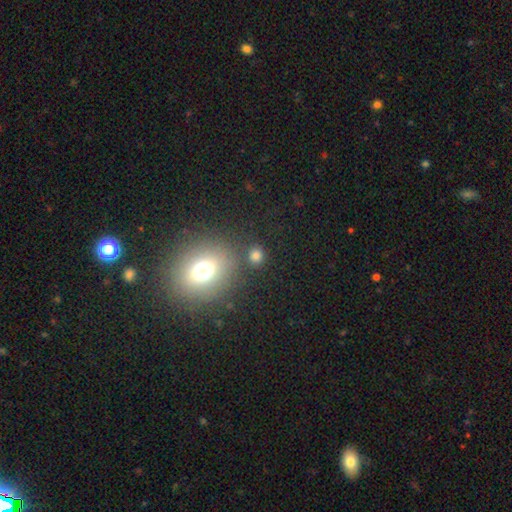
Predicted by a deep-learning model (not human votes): Overall: smooth (75%). How rounded: round (81%). Merging: none (79%).